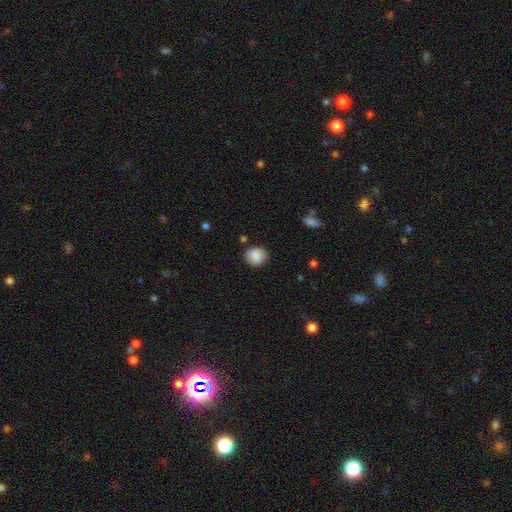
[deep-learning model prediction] This appears to be a smooth galaxy with no disk features (81%) that is round (71%). Merging: none (76%).